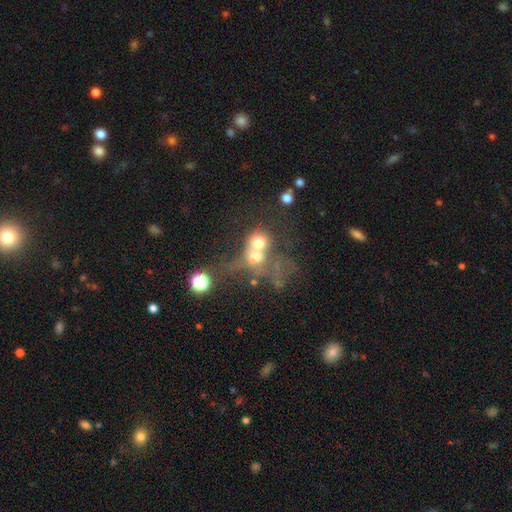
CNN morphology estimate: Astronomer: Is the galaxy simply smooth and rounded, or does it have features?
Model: smooth — 54%.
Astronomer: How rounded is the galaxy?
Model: round — 68%.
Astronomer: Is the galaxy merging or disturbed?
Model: merger — 68%.